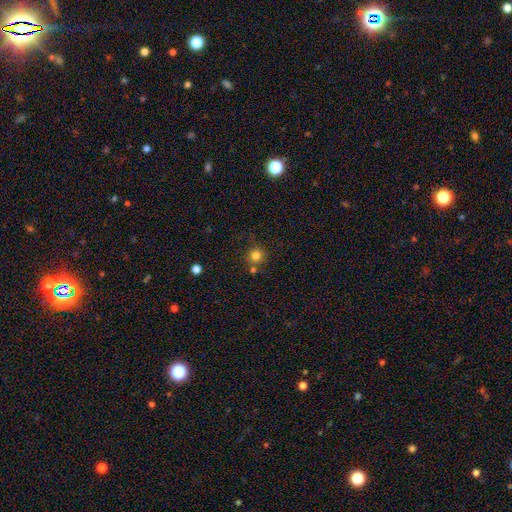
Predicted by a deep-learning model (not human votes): The model was most divided on "merging": none: 71%, merger: 14%, minor disturbance: 11%, major disturbance: 4%. More confident: how rounded — round (91%); smooth or featured — smooth (81%).